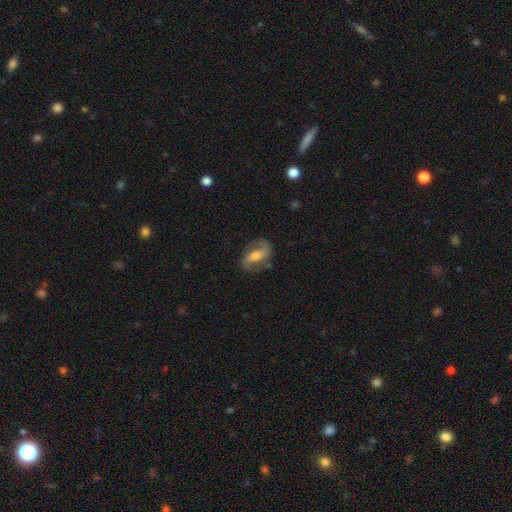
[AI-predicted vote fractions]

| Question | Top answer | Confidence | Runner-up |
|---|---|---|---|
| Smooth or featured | featured or disk | 77% | smooth (16%) |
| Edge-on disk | no | 95% | yes (5%) |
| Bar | strong | 38% | tied: weak (38%) |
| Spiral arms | yes | 92% | no (8%) |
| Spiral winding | medium | 43% | loose (40%) |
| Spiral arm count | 2 | 89% | can't tell (4%) |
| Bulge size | moderate | 59% | small (29%) |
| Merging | none | 77% | minor disturbance (15%) |